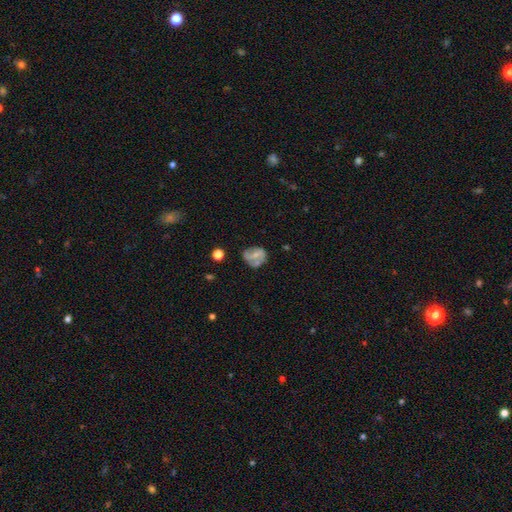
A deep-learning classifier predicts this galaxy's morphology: The model was most divided on "smooth or featured": featured or disk: 53%, smooth: 38%, star or artifact: 8%. More confident: edge-on disk — no (97%); spiral arms — yes (62%); bar — no (52%); merging — none (52%); bulge size — small (52%).